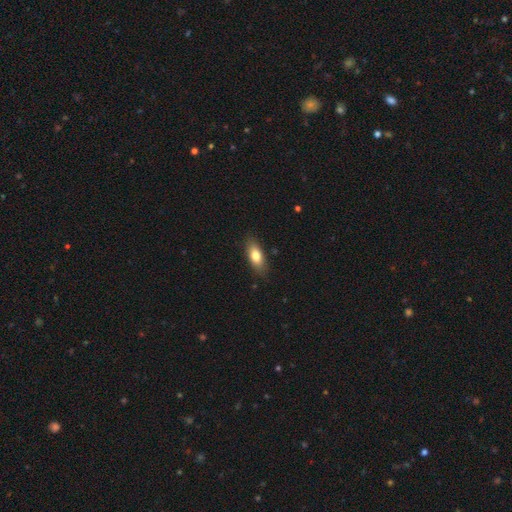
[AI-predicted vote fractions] Smooth or featured? smooth (78%)
How rounded? in between (79%)
Merging? none (85%)